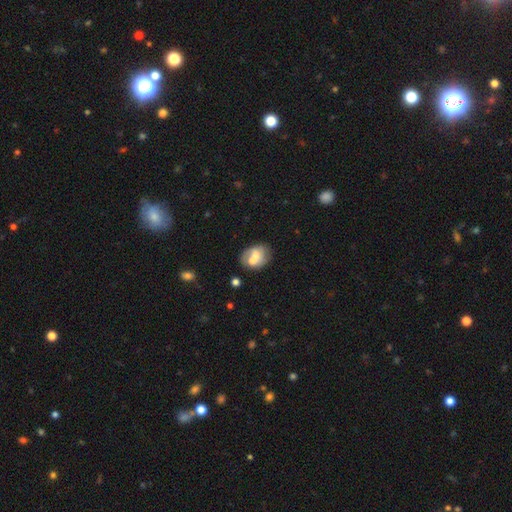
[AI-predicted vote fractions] A featured or disk galaxy (47%). Merging: none (42%).